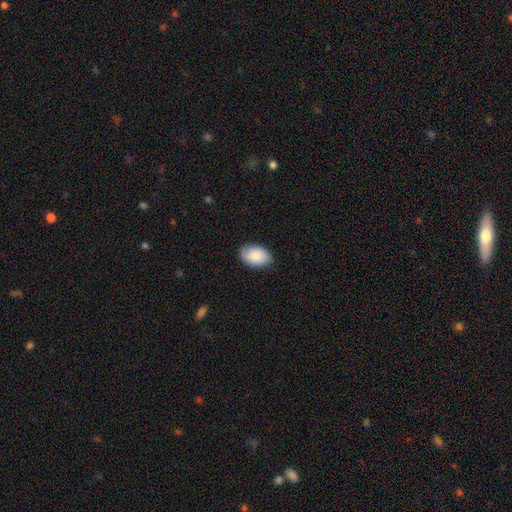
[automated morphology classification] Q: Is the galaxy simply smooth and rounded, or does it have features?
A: smooth — 86%.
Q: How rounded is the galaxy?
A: in between — 90%.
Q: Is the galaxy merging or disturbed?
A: none — 85%.